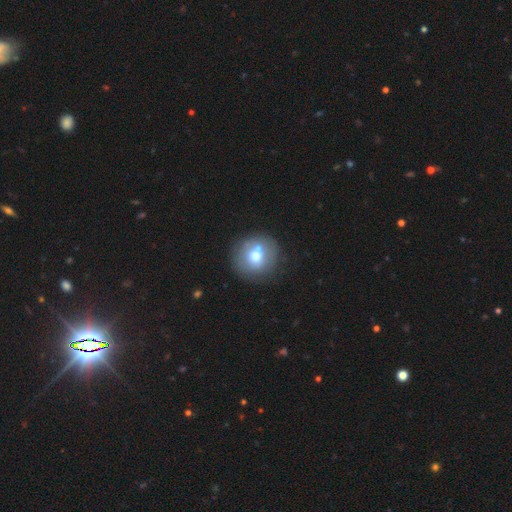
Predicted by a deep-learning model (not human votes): smooth-or-featured: smooth: 66% | featured or disk: 24% | star or artifact: 10%
  how-rounded: round: 92% | in between: 7% | cigar-shaped: 1%
  merging: none: 71% | minor disturbance: 13% | merger: 12% | major disturbance: 5%